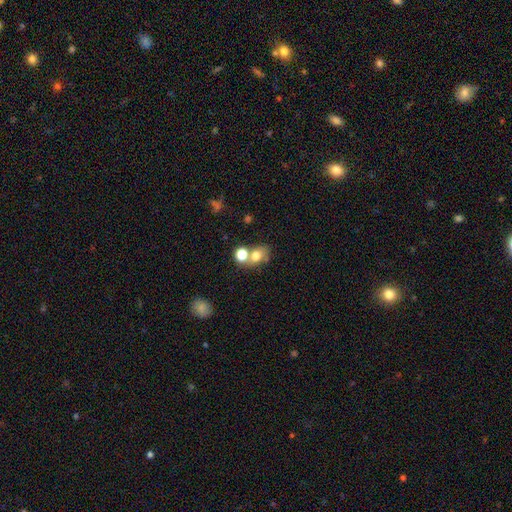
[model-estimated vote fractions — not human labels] Smooth or featured? smooth (72%)
How rounded? in between (54%)
Merging? none (45%)